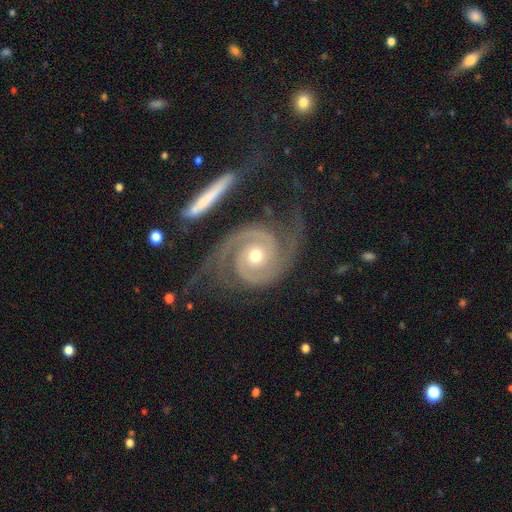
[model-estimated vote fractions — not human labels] Q: Smooth or featured?
A: featured or disk (93%); runner-up: star or artifact (4%)
Q: Edge-on disk?
A: no (98%); runner-up: yes (2%)
Q: Bar?
A: no (72%); runner-up: weak (19%)
Q: Spiral arms?
A: yes (99%); runner-up: no (1%)
Q: Spiral winding?
A: tight (54%); runner-up: medium (38%)
Q: Spiral arm count?
A: 2 (93%); runner-up: 3 (2%)
Q: Bulge size?
A: moderate (67%); runner-up: small (28%)
Q: Merging?
A: none (69%); runner-up: minor disturbance (16%)